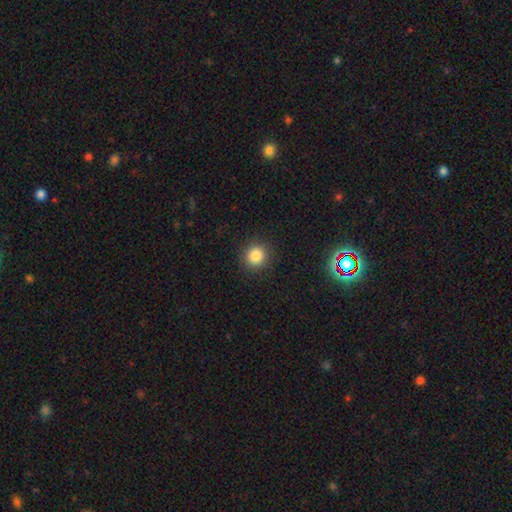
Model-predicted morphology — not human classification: Overall: smooth (85%). How rounded: round (91%). Merging: none (91%).